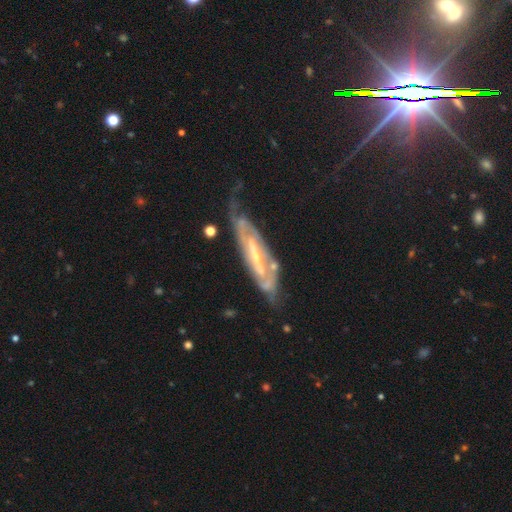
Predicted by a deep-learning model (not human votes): A featured or disk galaxy (83%) with a strong bar (48%), 2 (53%) tight (49%) spiral arms (89%) and a small central bulge (65%). Merging: none (49%).